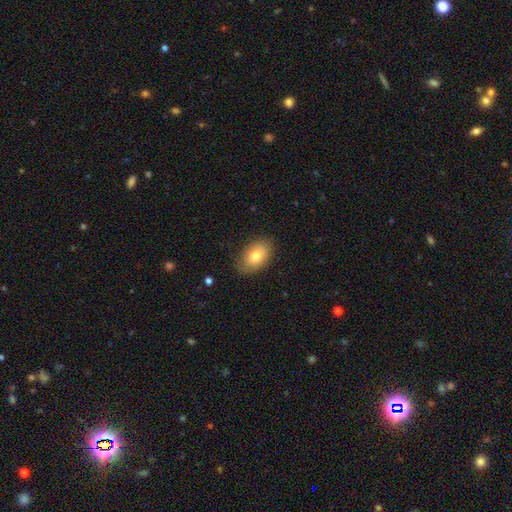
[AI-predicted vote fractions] Smooth or featured: smooth — 78% (featured or disk — 14%)
How rounded: in between — 89% (round — 10%)
Merging: none — 83% (minor disturbance — 13%)